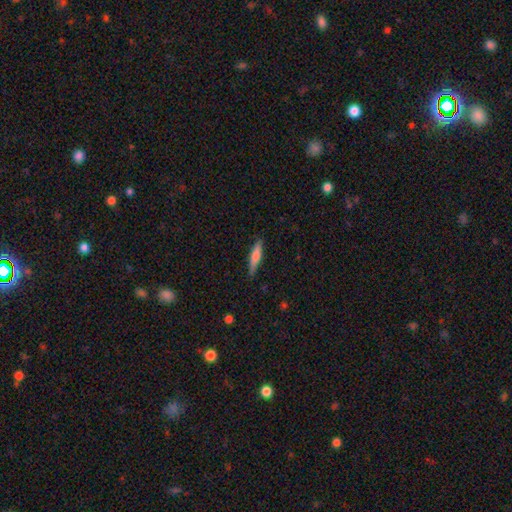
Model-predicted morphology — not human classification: This is likely a smooth galaxy (63%). How rounded: clearly cigar-shaped (84%). Merging: clearly none (85%).